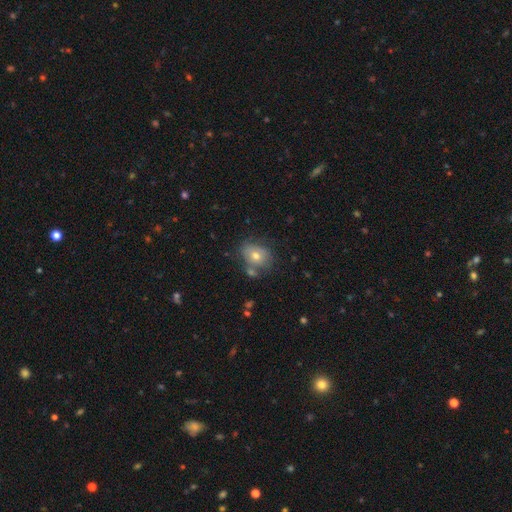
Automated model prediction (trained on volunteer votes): Overall: smooth (66%). How rounded: in between (52%; round 46%). Merging: none (58%; minor disturbance 20%).